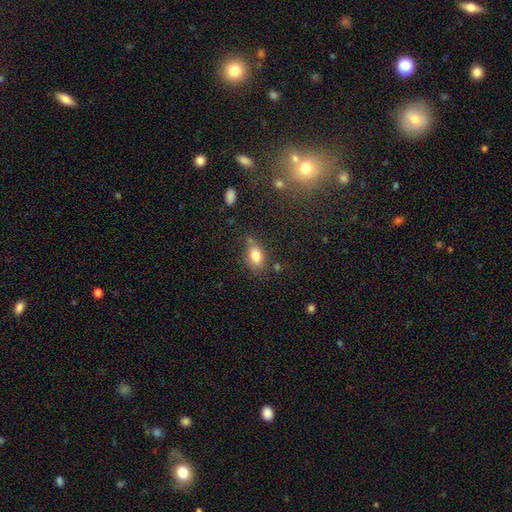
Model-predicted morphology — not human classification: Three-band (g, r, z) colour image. It shows a smooth galaxy with no disk features (81%) that is in between round and cigar-shaped (81%). Merging: none (64%).